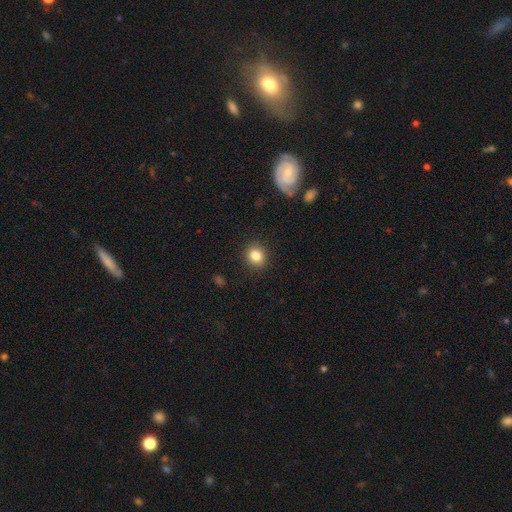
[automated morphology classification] smooth_or_featured: smooth (p=0.83) [alt: star or artifact p=0.11]
how_rounded: round (p=0.77) [alt: in between p=0.22]
merging: none (p=0.90) [alt: minor disturbance p=0.07]